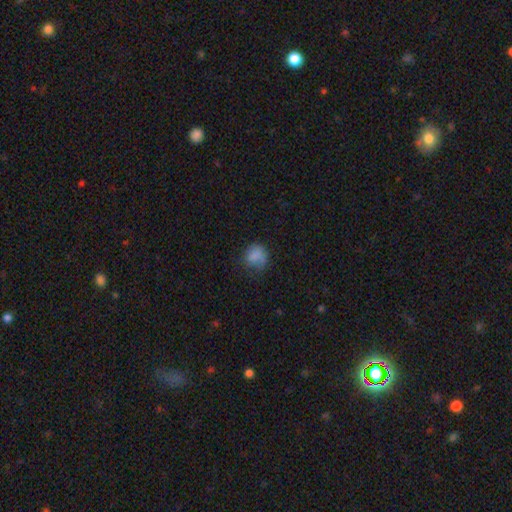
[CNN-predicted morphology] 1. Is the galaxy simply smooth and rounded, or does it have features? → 80% smooth, 11% featured or disk, 10% star or artifact.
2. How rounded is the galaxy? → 67% round, 32% in between, 1% cigar-shaped.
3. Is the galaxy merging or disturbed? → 54% none, 27% minor disturbance, 16% major disturbance, 2% merger.